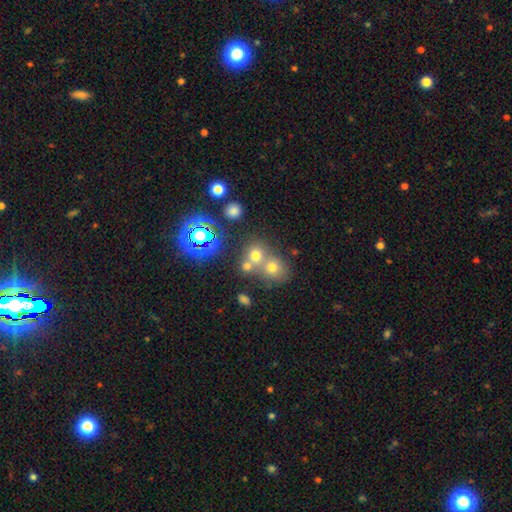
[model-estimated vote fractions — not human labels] Smooth or featured?
  - smooth: 63% *
  - star or artifact: 24%
  - featured or disk: 12%
How rounded?
  - round: 78% *
  - in between: 20%
  - cigar-shaped: 1%
Merging?
  - none: 46% *
  - merger: 43%
  - minor disturbance: 7%
  - major disturbance: 4%